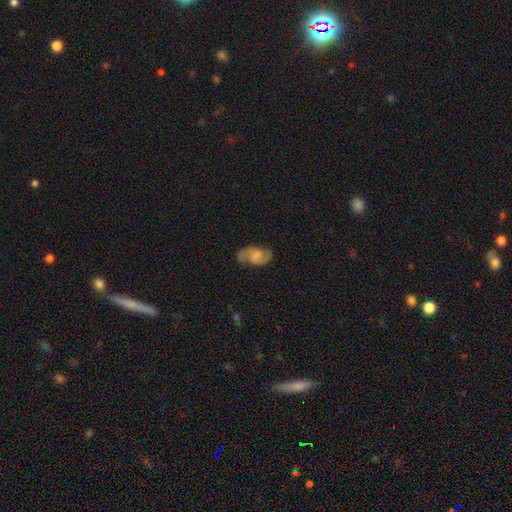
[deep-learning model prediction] Smooth or featured? featured or disk (71%)
Edge-on disk? no (97%)
Bar? weak (48%)
Spiral arms? yes (93%)
Spiral winding? medium (51%)
Spiral arm count? 2 (90%)
Bulge size? none (48%)
Merging? none (76%)